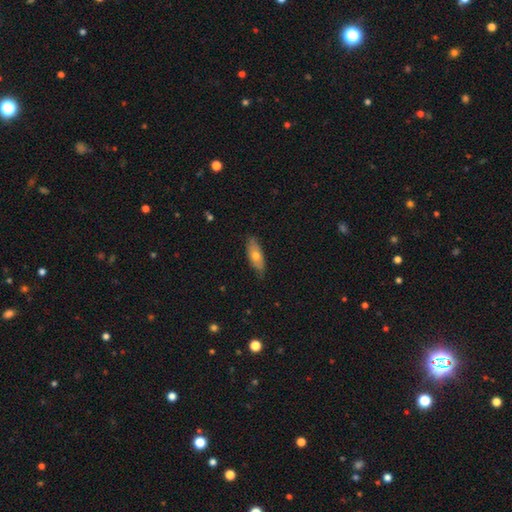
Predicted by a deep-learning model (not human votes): This is likely a smooth galaxy (63%). How rounded: likely in between (77%). Merging: likely none (76%).